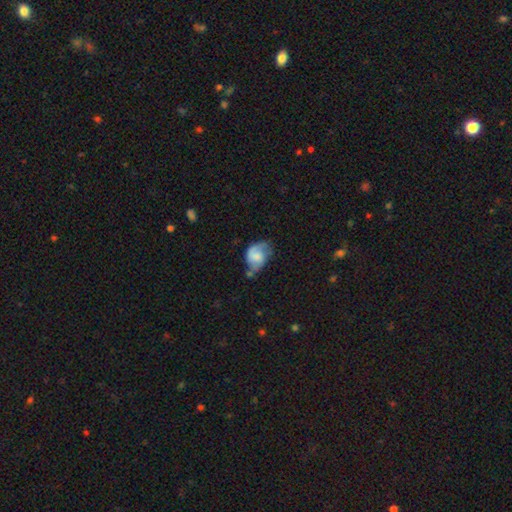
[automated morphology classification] A smooth galaxy with no disk features (46%, tied with featured or disk).

Vote fractions:
- Smooth or featured? smooth: 46% (tied) / featured or disk: 46% (tied) / star or artifact: 8%
- Merging? none: 36% (tied) / minor disturbance: 36% (tied) / major disturbance: 21% / merger: 7%